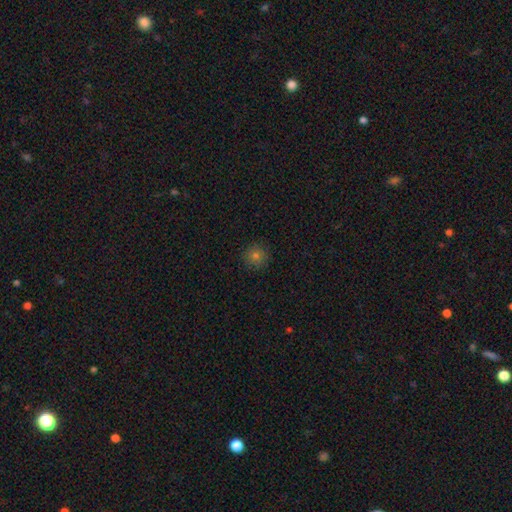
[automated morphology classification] This is likely a smooth galaxy (76%). How rounded: clearly round (95%). Merging: clearly none (91%).